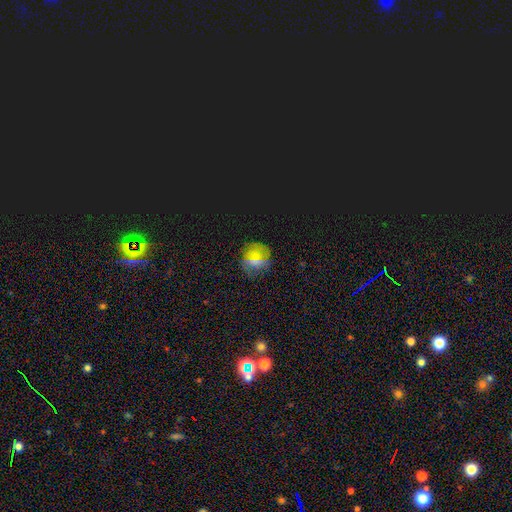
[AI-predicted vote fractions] smooth-or-featured: smooth: 45% | star or artifact: 41% | featured or disk: 14%
  merging: none: 81% | minor disturbance: 11% | major disturbance: 5% | merger: 3%